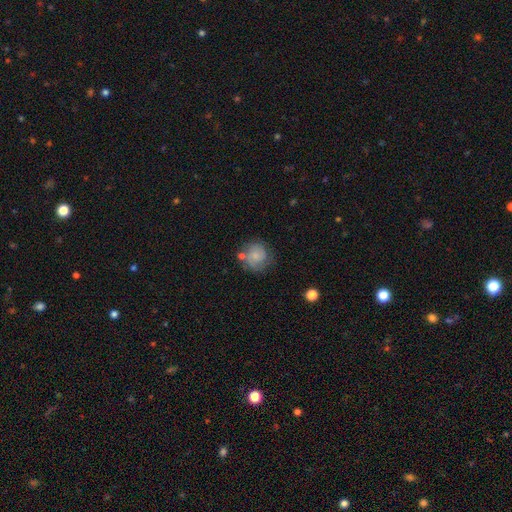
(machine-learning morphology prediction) Smooth or featured? Predicted: smooth (p=0.46, tied with featured or disk). Merging? Predicted: none (p=0.62).